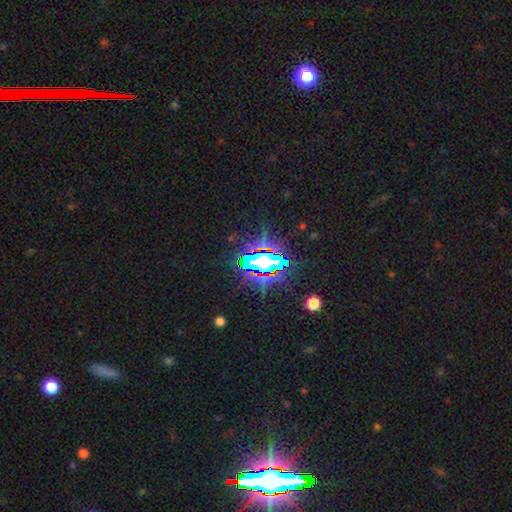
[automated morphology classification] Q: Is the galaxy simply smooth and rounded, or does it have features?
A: star or artifact — 79%.